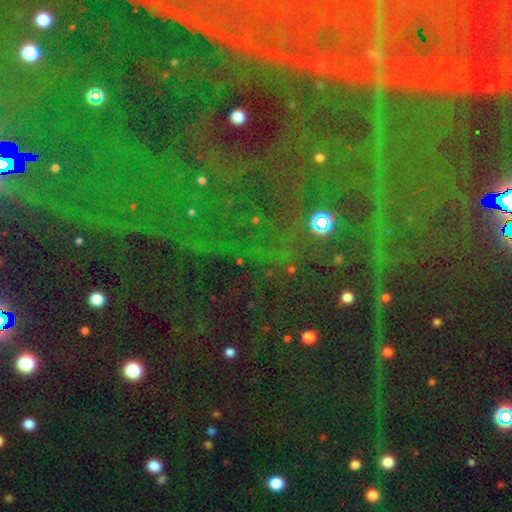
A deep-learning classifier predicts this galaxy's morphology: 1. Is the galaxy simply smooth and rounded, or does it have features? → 84% star or artifact, 8% featured or disk, 8% smooth.